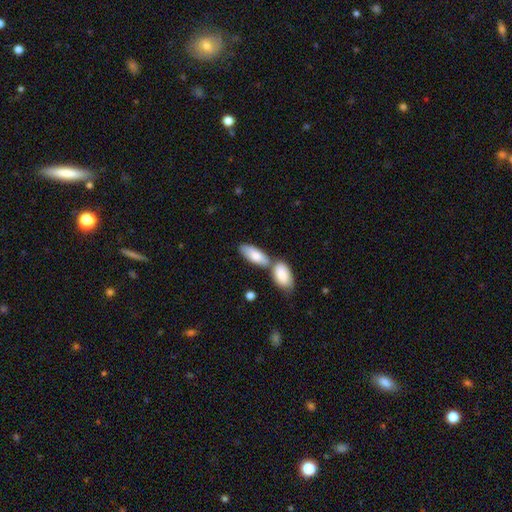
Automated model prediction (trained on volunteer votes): Q: Smooth or featured?
A: smooth (80%); runner-up: featured or disk (15%)
Q: How rounded?
A: in between (83%); runner-up: cigar-shaped (15%)
Q: Merging?
A: merger (47%); runner-up: none (38%)